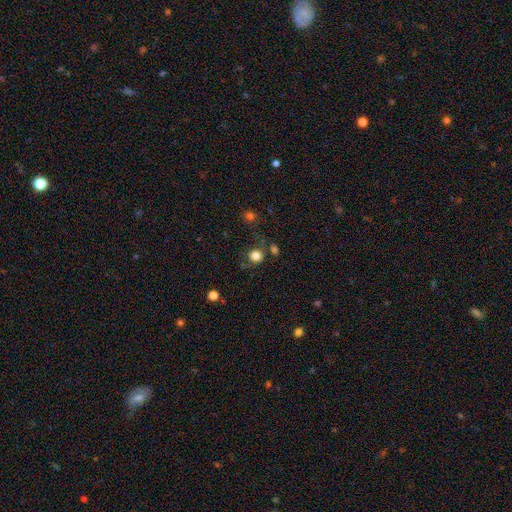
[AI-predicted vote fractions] smooth_or_featured: smooth (p=0.81) [alt: star or artifact p=0.13]
how_rounded: round (p=0.86) [alt: in between p=0.13]
merging: none (p=0.69) [alt: minor disturbance p=0.15]